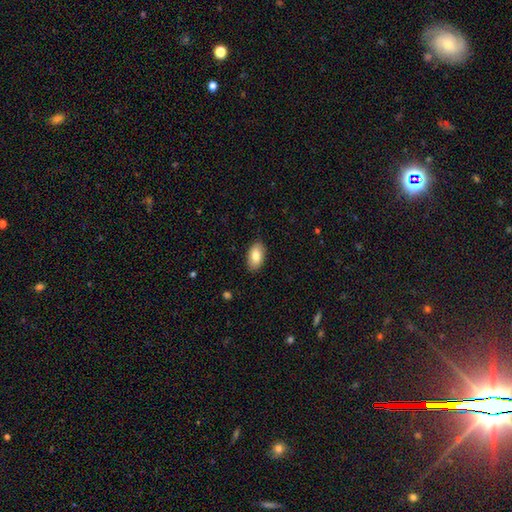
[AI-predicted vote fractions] Smooth or featured: smooth — 80% (featured or disk — 13%)
How rounded: in between — 94% (round — 4%)
Merging: none — 88% (minor disturbance — 9%)